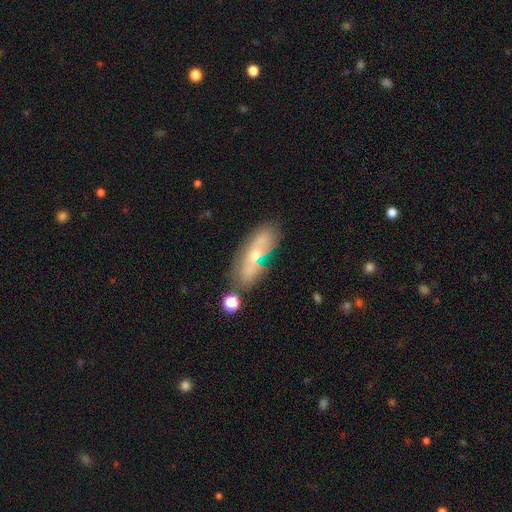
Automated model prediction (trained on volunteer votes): Smooth or featured? featured or disk (46%)
Merging? none (57%)